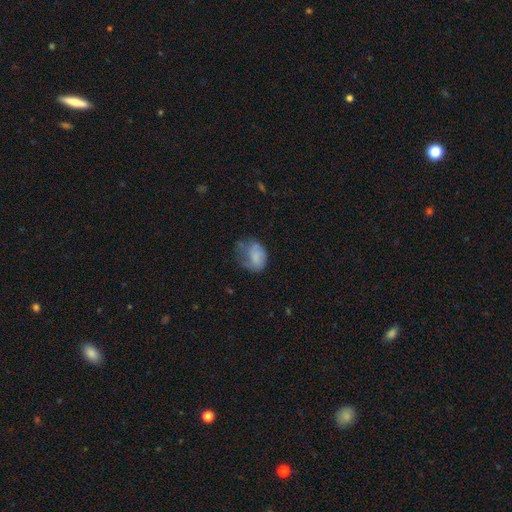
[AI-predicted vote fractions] This is likely a smooth galaxy (66%). How rounded: likely in between (67%). Merging: marginally minor disturbance (33%).